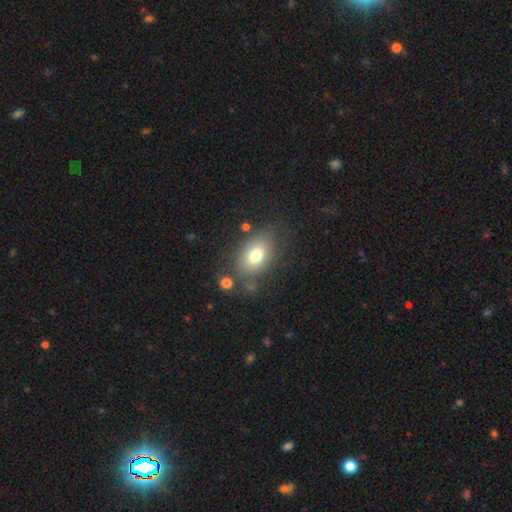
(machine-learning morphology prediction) smooth-or-featured: smooth: 74% | featured or disk: 16% | star or artifact: 10%
  how-rounded: in between: 78% | round: 20% | cigar-shaped: 2%
  merging: none: 68% | minor disturbance: 19% | major disturbance: 8% | merger: 5%